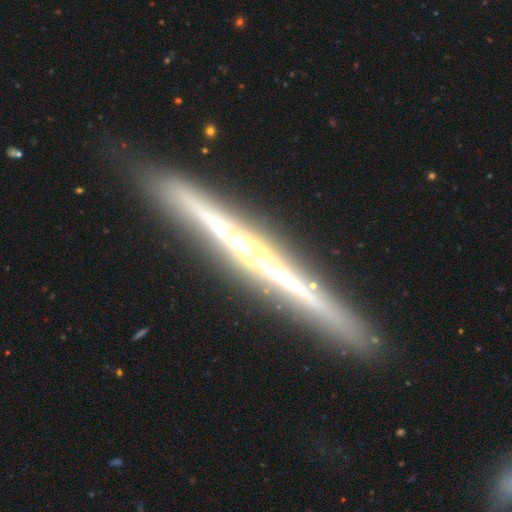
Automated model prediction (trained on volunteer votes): The model was most divided on "edge-on bulge": none: 61%, rounded: 27%, boxy: 12%. More confident: edge-on disk — yes (97%); merging — none (88%); smooth or featured — featured or disk (83%).